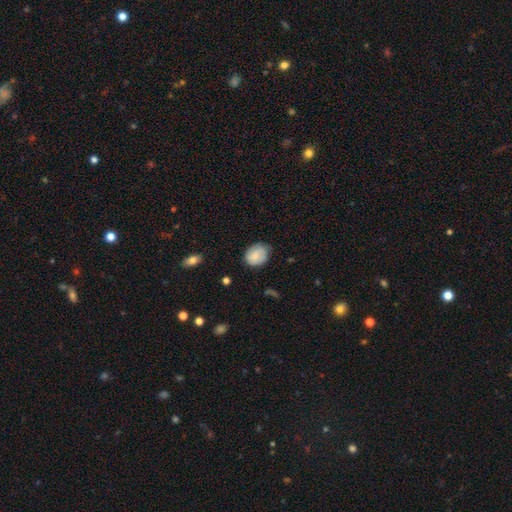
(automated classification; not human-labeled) Smooth or featured: smooth — 75% (featured or disk — 18%)
How rounded: in between — 51% (round — 48%)
Merging: none — 67% (minor disturbance — 26%)